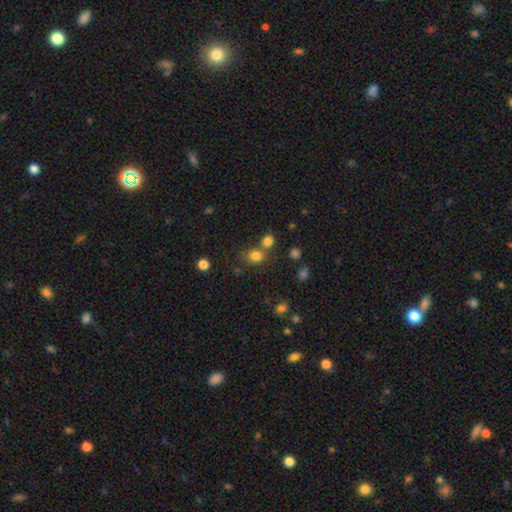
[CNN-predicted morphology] Smooth or featured?
  - smooth: 79% *
  - star or artifact: 15%
  - featured or disk: 7%
How rounded?
  - round: 65% *
  - in between: 34%
  - cigar-shaped: 1%
Merging?
  - none: 59% *
  - merger: 26%
  - minor disturbance: 11%
  - major disturbance: 5%